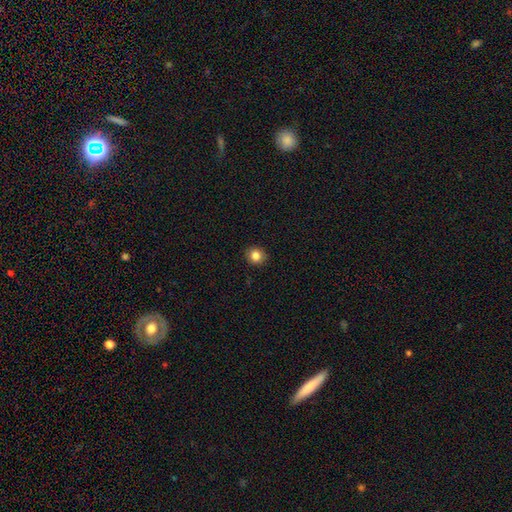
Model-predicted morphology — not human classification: smooth 84%, star or artifact 11%, featured or disk 5%. Down the decision tree: how rounded — round (87%); merging — none (92%).